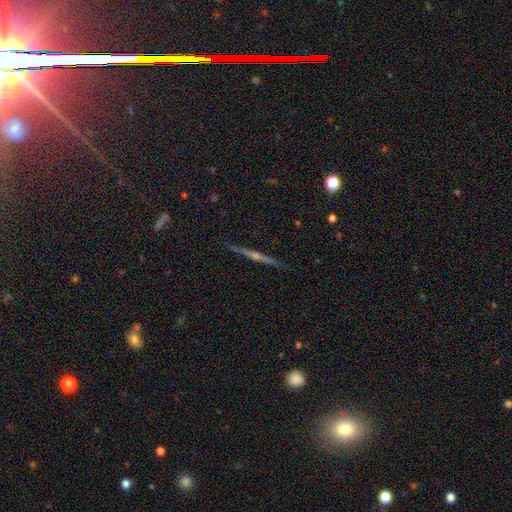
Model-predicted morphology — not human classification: Q: Smooth or featured?
A: featured or disk (54%); runner-up: star or artifact (26%)
Q: Edge-on disk?
A: yes (92%); runner-up: no (8%)
Q: Merging?
A: none (88%); runner-up: minor disturbance (7%)